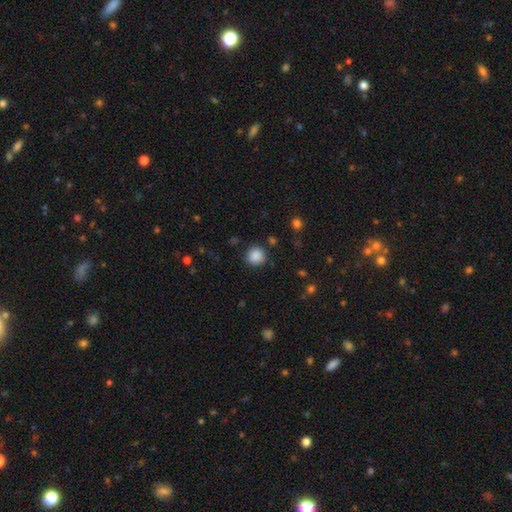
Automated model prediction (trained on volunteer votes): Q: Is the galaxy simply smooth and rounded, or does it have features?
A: smooth — 87%.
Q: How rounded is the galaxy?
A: round — 93%.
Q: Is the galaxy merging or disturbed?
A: none — 88%.